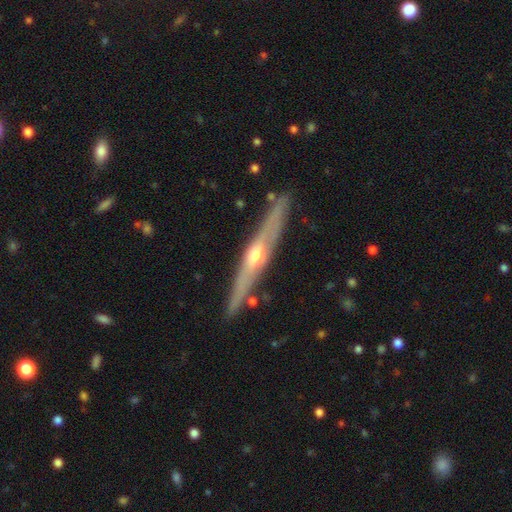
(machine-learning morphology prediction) Smooth or featured: featured or disk — 75% (smooth — 20%)
Edge-on disk: yes — 95% (no — 5%)
Edge-on bulge: rounded — 87% (none — 10%)
Merging: none — 87% (minor disturbance — 9%)